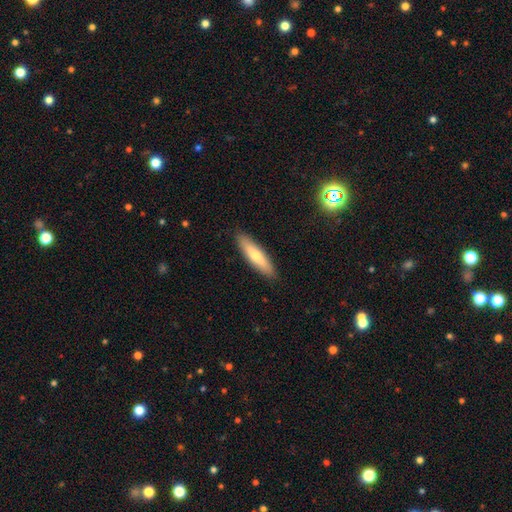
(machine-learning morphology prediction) Smooth or featured?
  - smooth: 64% *
  - featured or disk: 31%
  - star or artifact: 6%
How rounded?
  - cigar-shaped: 74% *
  - in between: 24%
  - round: 2%
Merging?
  - none: 89% *
  - minor disturbance: 8%
  - major disturbance: 2%
  - merger: 1%